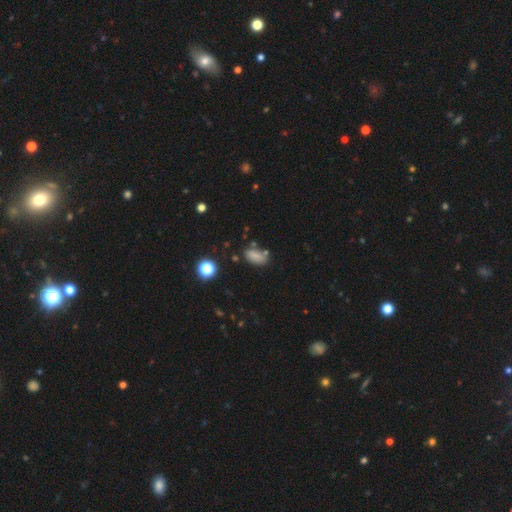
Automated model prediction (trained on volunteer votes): Morphology: type=smooth (77%); roundness=in between (86%); merging=none (63%).